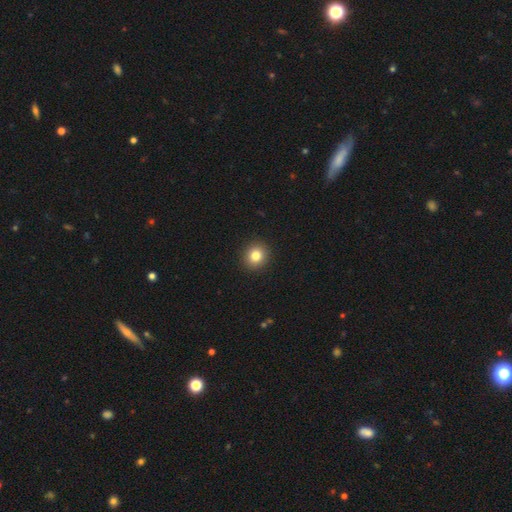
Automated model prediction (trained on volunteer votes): smooth-or-featured: smooth: 82% | star or artifact: 11% | featured or disk: 7%
  how-rounded: round: 89% | in between: 10% | cigar-shaped: 1%
  merging: none: 93% | minor disturbance: 5% | major disturbance: 2% | merger: 1%